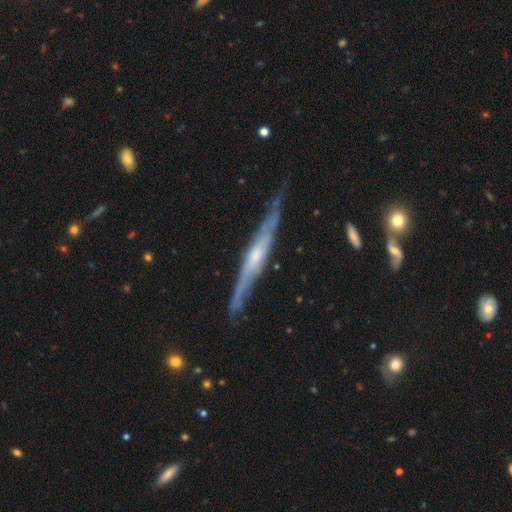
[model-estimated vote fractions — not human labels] A featured or disk galaxy (79%) viewed edge-on (91%) with a rounded central bulge (52%).

Vote fractions:
- Smooth or featured? featured or disk: 79% / smooth: 15% / star or artifact: 5%
- Edge-on disk? yes: 91% / no: 9%
- Edge-on bulge? rounded: 52% / none: 34% / boxy: 14%
- Merging? none: 71% / minor disturbance: 22% / major disturbance: 4% / merger: 2%